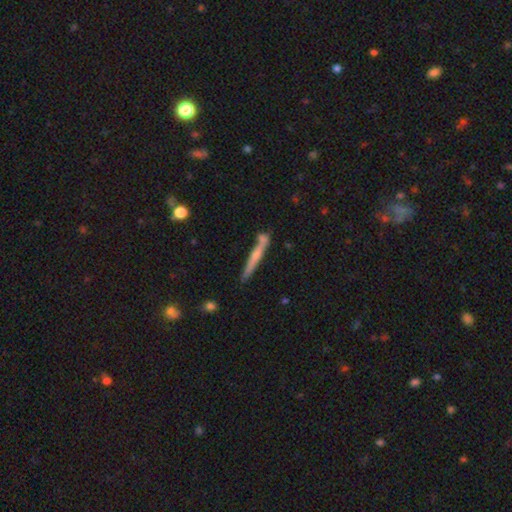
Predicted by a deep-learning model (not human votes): This is possibly a smooth galaxy (47%). Merging: likely none (65%).